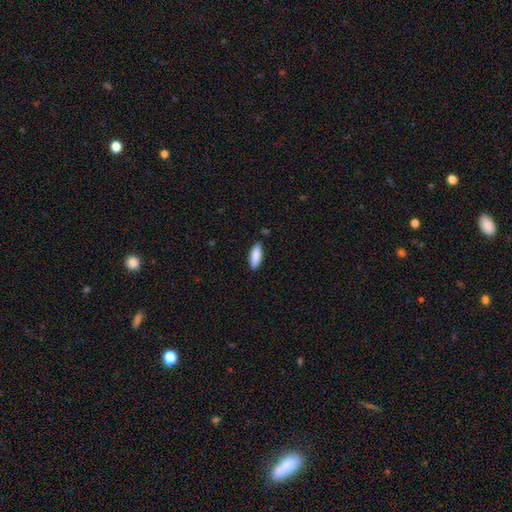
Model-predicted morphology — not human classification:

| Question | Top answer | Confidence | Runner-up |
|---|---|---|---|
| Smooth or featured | smooth | 87% | featured or disk (7%) |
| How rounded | in between | 54% | cigar-shaped (44%) |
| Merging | none | 85% | minor disturbance (12%) |